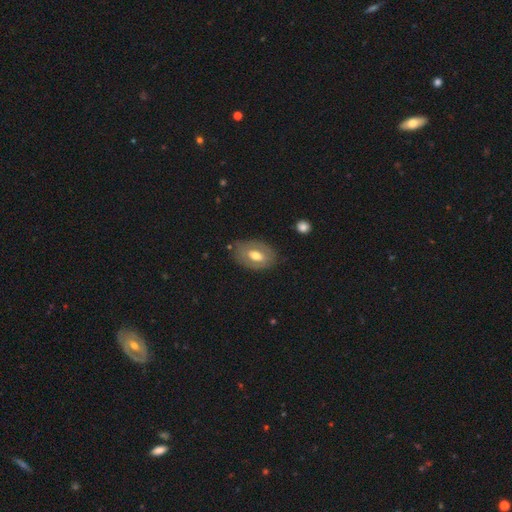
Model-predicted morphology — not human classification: A smooth galaxy with no disk features (48%).

Vote fractions:
- Smooth or featured? smooth: 48% / featured or disk: 45% / star or artifact: 7%
- Merging? none: 73% / minor disturbance: 19% / major disturbance: 6% / merger: 2%